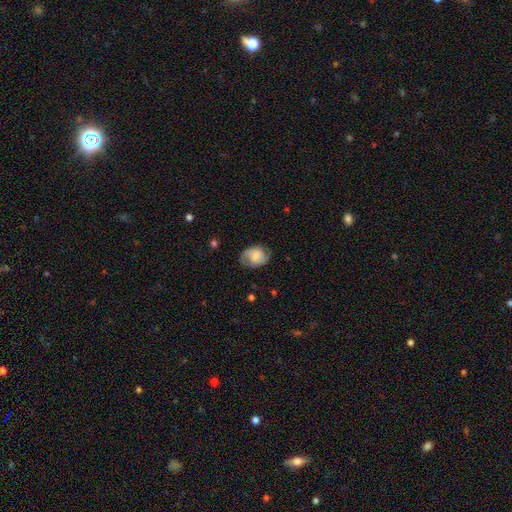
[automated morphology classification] Q: Smooth or featured?
A: smooth (46%); tied with: featured or disk (46%)
Q: Merging?
A: none (69%); runner-up: minor disturbance (22%)